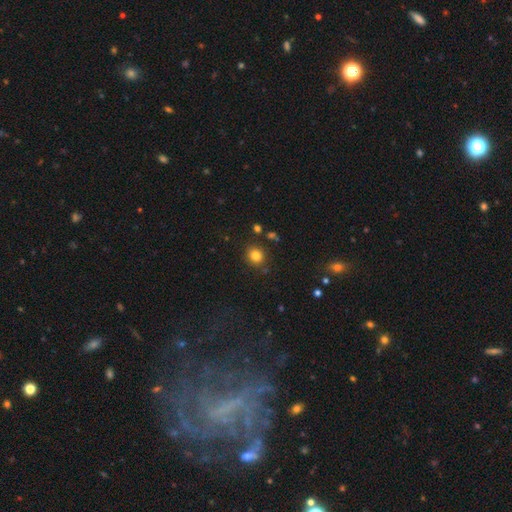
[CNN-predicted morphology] A smooth galaxy with no disk features (82%) that is round (84%).

Vote fractions:
- Smooth or featured? smooth: 82% / star or artifact: 13% / featured or disk: 6%
- How rounded? round: 84% / in between: 15% / cigar-shaped: 1%
- Merging? none: 85% / minor disturbance: 9% / merger: 3% / major disturbance: 3%